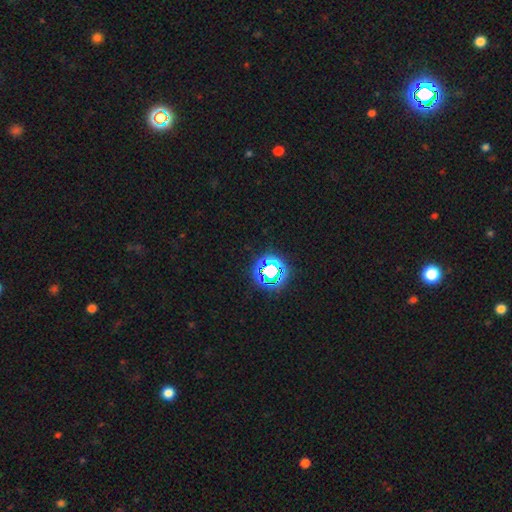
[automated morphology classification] Smooth or featured? Predicted: star or artifact (p=0.79).